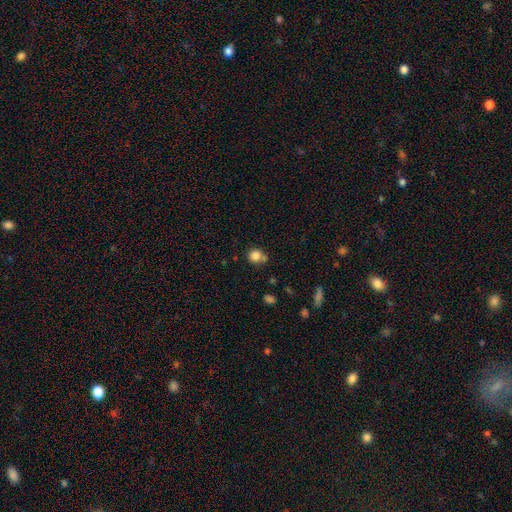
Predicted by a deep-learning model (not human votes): smooth 83%, star or artifact 11%, featured or disk 6%. Down the decision tree: how rounded — round (86%); merging — none (61%).